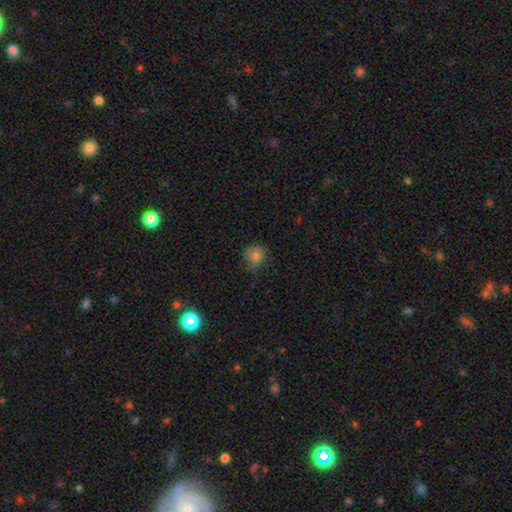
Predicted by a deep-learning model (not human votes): Q: Smooth or featured?
A: smooth (80%); runner-up: star or artifact (13%)
Q: How rounded?
A: round (83%); runner-up: in between (16%)
Q: Merging?
A: none (66%); runner-up: minor disturbance (26%)